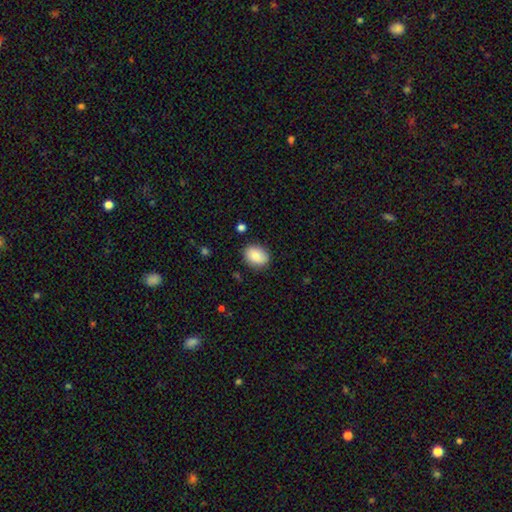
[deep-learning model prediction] The model was most divided on "how rounded": in between: 60%, round: 39%, cigar-shaped: 1%. More confident: smooth or featured — smooth (84%); merging — none (84%).